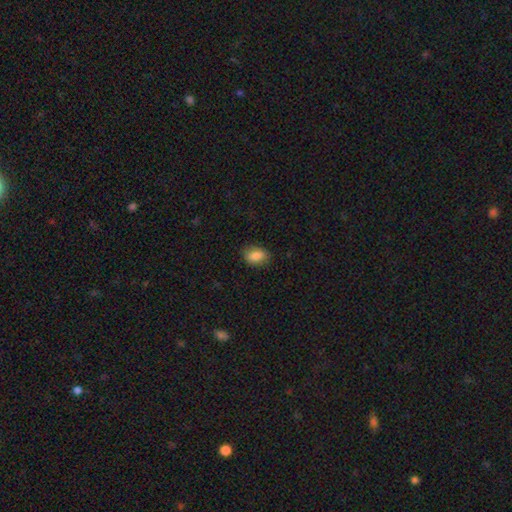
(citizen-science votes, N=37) A smooth galaxy with no disk features (92%) that is in between round and cigar-shaped (91%). Merging: none (89%).